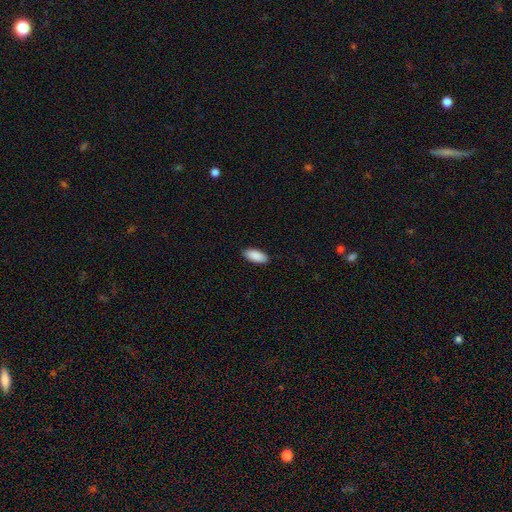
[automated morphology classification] Q: Smooth or featured?
A: smooth (91%); runner-up: star or artifact (6%)
Q: How rounded?
A: in between (89%); runner-up: cigar-shaped (9%)
Q: Merging?
A: none (89%); runner-up: minor disturbance (8%)